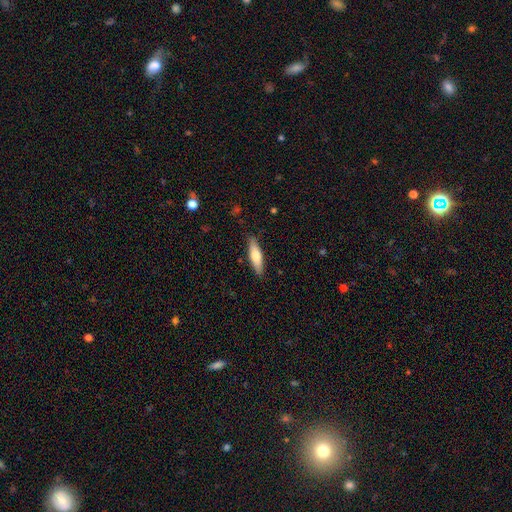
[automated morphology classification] Smooth or featured?
  - smooth: 67% *
  - featured or disk: 27%
  - star or artifact: 5%
How rounded?
  - cigar-shaped: 64% *
  - in between: 34%
  - round: 2%
Merging?
  - none: 87% *
  - minor disturbance: 10%
  - major disturbance: 2%
  - merger: 1%